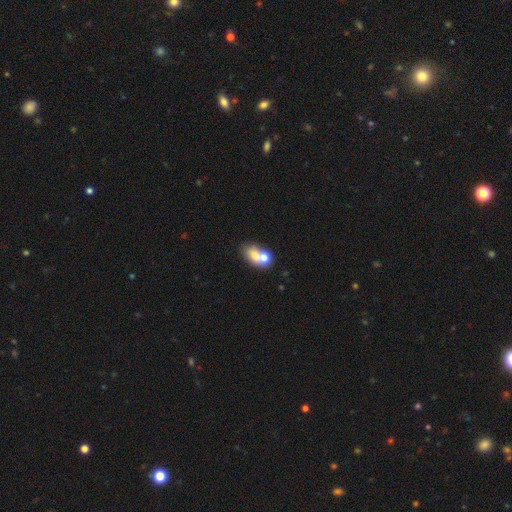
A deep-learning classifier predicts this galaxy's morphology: smooth_or_featured: smooth (p=0.66) [alt: featured or disk p=0.22]
how_rounded: in between (p=0.67) [alt: round p=0.31]
merging: merger (p=0.56) [alt: none p=0.29]